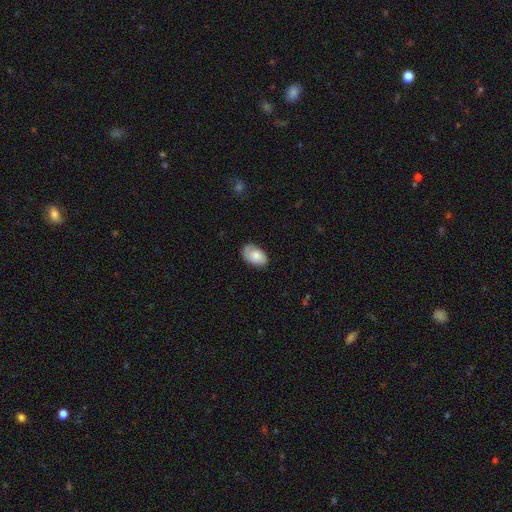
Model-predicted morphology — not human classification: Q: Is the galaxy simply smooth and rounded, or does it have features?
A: smooth — 71%.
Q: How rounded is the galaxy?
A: in between — 91%.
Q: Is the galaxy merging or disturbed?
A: none — 71%.